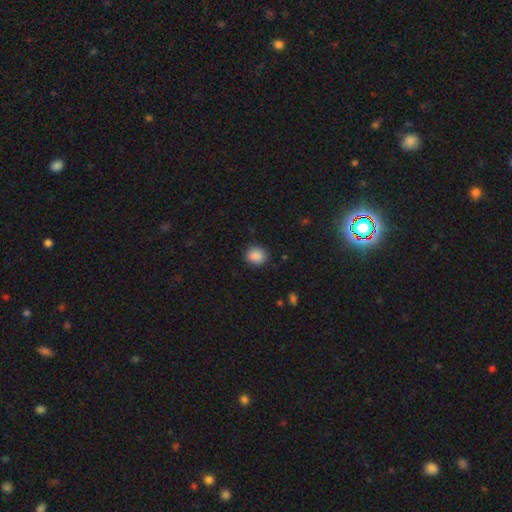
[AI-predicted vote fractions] A smooth galaxy with no disk features (88%) that is round (64%). Merging: none (85%).